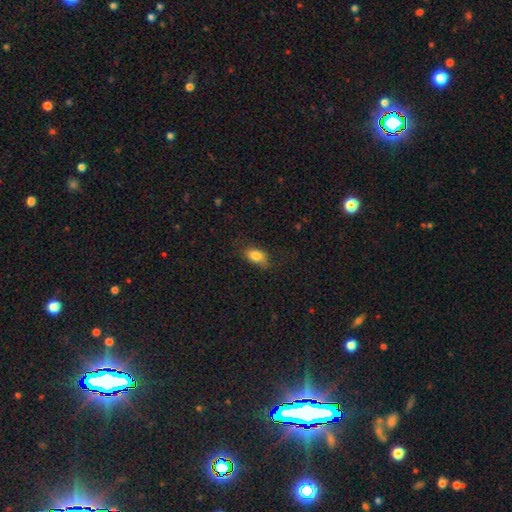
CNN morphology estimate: Smooth or featured?
  - smooth: 83% *
  - star or artifact: 9%
  - featured or disk: 8%
How rounded?
  - in between: 84% *
  - round: 13%
  - cigar-shaped: 3%
Merging?
  - none: 70% *
  - minor disturbance: 22%
  - major disturbance: 7%
  - merger: 1%